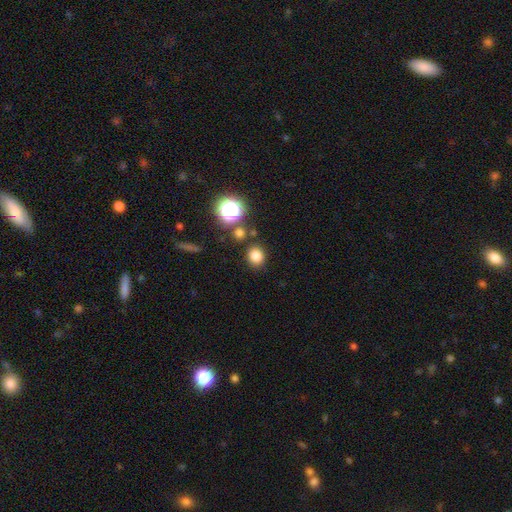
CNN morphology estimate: This is likely a smooth galaxy (79%). How rounded: likely round (78%). Merging: clearly none (83%).